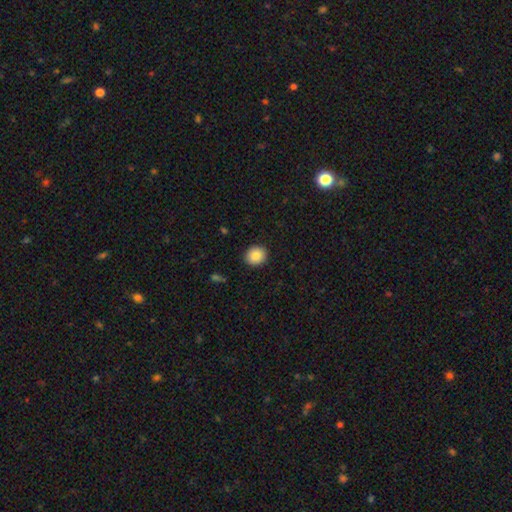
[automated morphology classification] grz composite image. It shows a smooth galaxy with no disk features (86%) that is round (82%). Merging: none (91%).